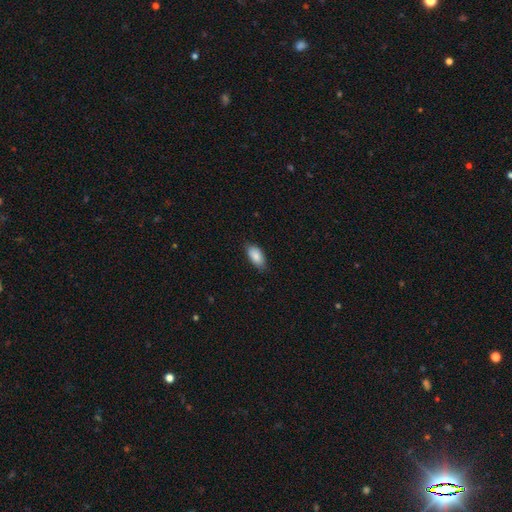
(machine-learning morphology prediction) Smooth or featured?
  - smooth: 87% *
  - featured or disk: 7%
  - star or artifact: 6%
How rounded?
  - in between: 92% *
  - cigar-shaped: 5%
  - round: 3%
Merging?
  - none: 80% *
  - minor disturbance: 17%
  - major disturbance: 3%
  - merger: 1%